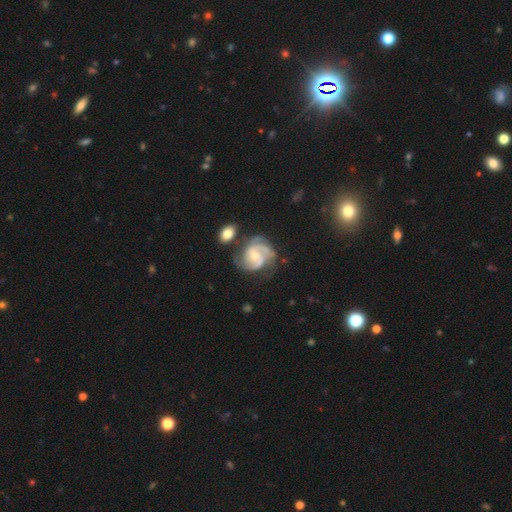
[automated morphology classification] Smooth or featured? Predicted: featured or disk (p=0.88). Edge-on disk? Predicted: no (p=0.98). Bar? Predicted: no (p=0.62). Spiral arms? Predicted: yes (p=0.97). Spiral winding? Predicted: tight (p=0.49). Spiral arm count? Predicted: 2 (p=0.39). Bulge size? Predicted: small (p=0.54). Merging? Predicted: none (p=0.59).